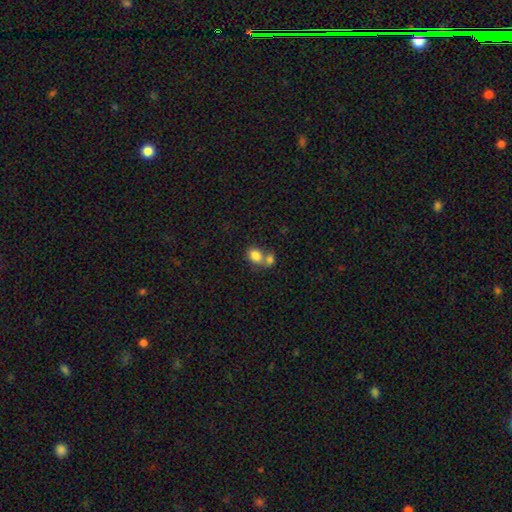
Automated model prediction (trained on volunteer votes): This appears to be a smooth galaxy with no disk features (82%) that is in between round and cigar-shaped (59%). Merging: merger (56%).